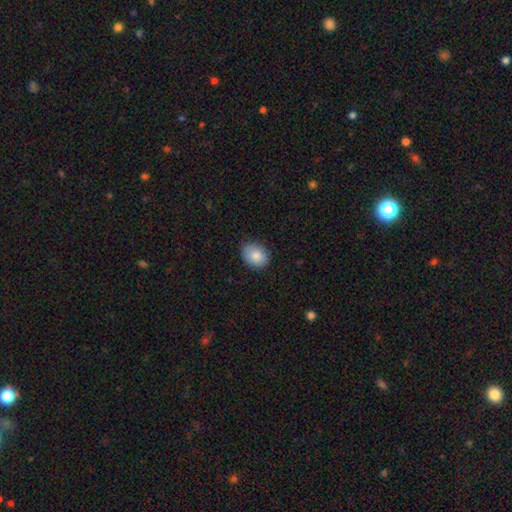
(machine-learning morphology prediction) This appears to be a smooth galaxy with no disk features (86%) that is in between round and cigar-shaped (58%). Merging: none (81%).